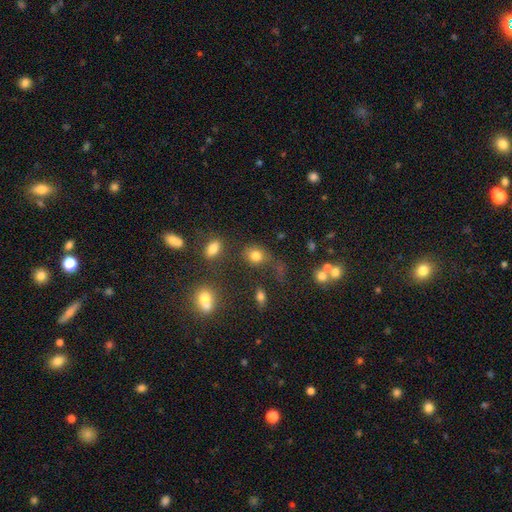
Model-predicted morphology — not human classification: type=smooth (78%); roundness=round (57%); merging=none (58%).